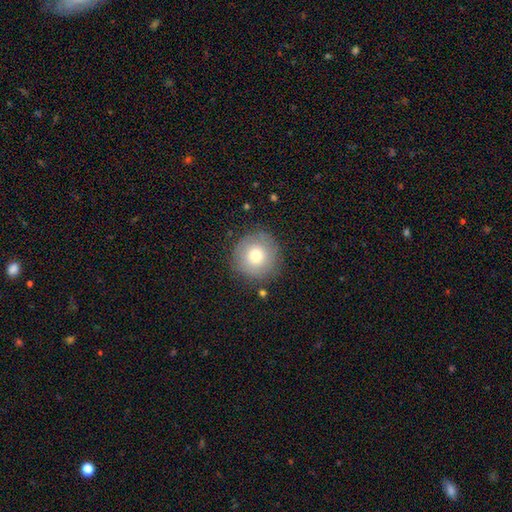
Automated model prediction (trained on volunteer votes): Q: Smooth or featured?
A: smooth (73%); runner-up: featured or disk (18%)
Q: How rounded?
A: round (95%); runner-up: in between (4%)
Q: Merging?
A: none (85%); runner-up: minor disturbance (10%)